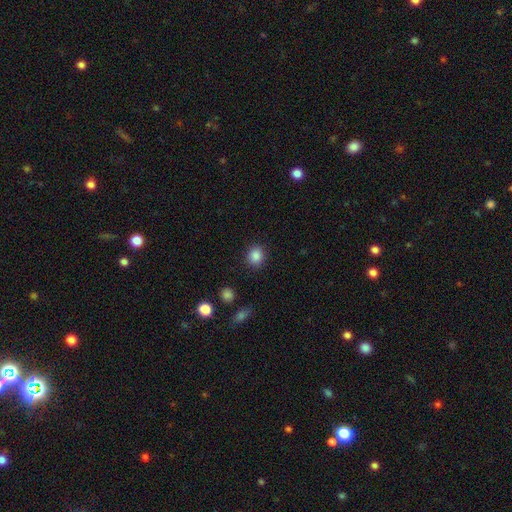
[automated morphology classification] smooth 86%, star or artifact 10%, featured or disk 4%. Down the decision tree: how rounded — round (78%); merging — none (89%).